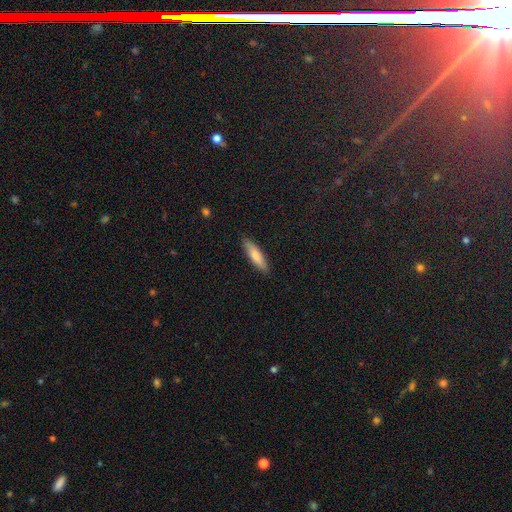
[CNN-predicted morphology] Smooth or featured: smooth — 78% (featured or disk — 16%)
How rounded: cigar-shaped — 67% (in between — 31%)
Merging: none — 89% (minor disturbance — 8%)